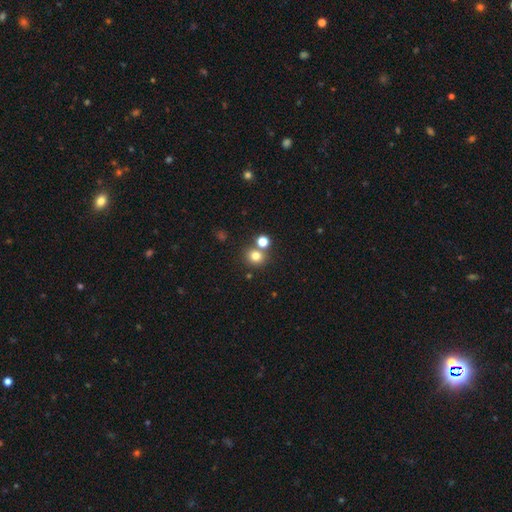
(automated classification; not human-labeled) This is likely a smooth galaxy (77%). How rounded: clearly round (86%). Merging: likely none (69%).